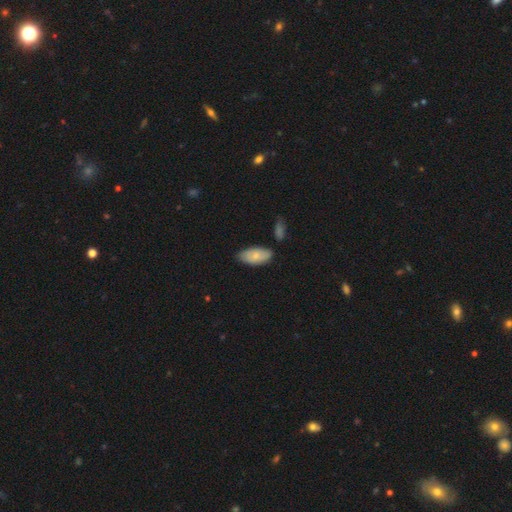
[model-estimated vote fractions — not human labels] Smooth or featured?
  - smooth: 74% *
  - featured or disk: 21%
  - star or artifact: 6%
How rounded?
  - in between: 93% *
  - cigar-shaped: 5%
  - round: 2%
Merging?
  - none: 67% *
  - minor disturbance: 23%
  - merger: 6%
  - major disturbance: 4%